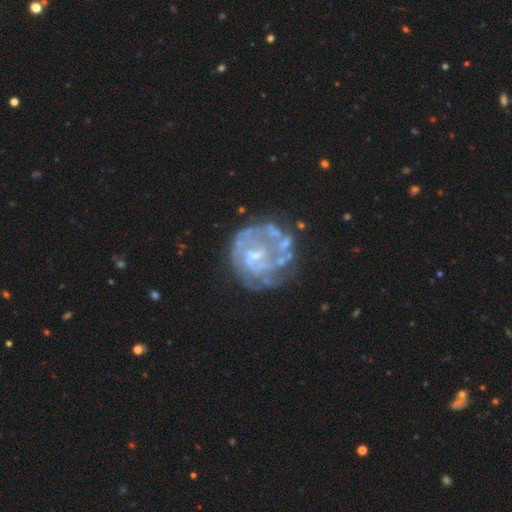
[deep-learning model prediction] This appears to be a featured or disk galaxy (78%) with no bar (59%), no spiral arms (52%) and no central bulge (37%). Merging: none (50%).